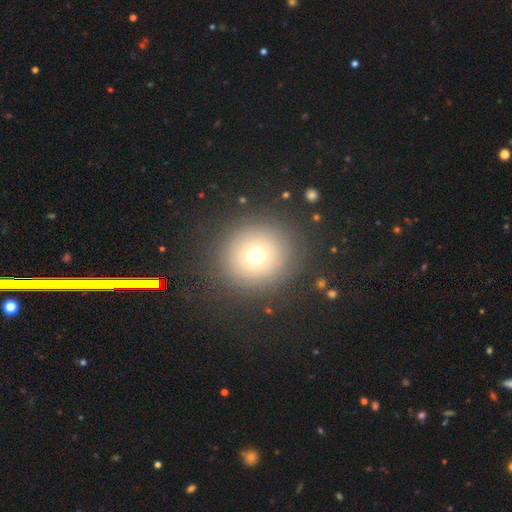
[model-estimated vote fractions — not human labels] Q: Smooth or featured?
A: smooth (69%); runner-up: star or artifact (17%)
Q: How rounded?
A: round (91%); runner-up: in between (8%)
Q: Merging?
A: none (86%); runner-up: minor disturbance (7%)